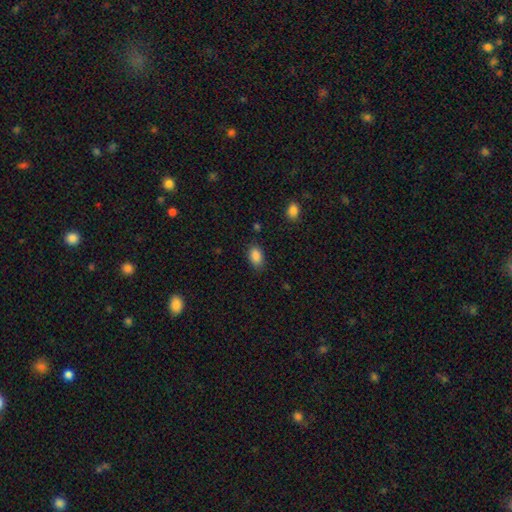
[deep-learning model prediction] Smooth or featured?
  - smooth: 88% *
  - star or artifact: 8%
  - featured or disk: 4%
How rounded?
  - in between: 87% *
  - round: 12%
  - cigar-shaped: 1%
Merging?
  - none: 81% *
  - minor disturbance: 15%
  - major disturbance: 3%
  - merger: 2%